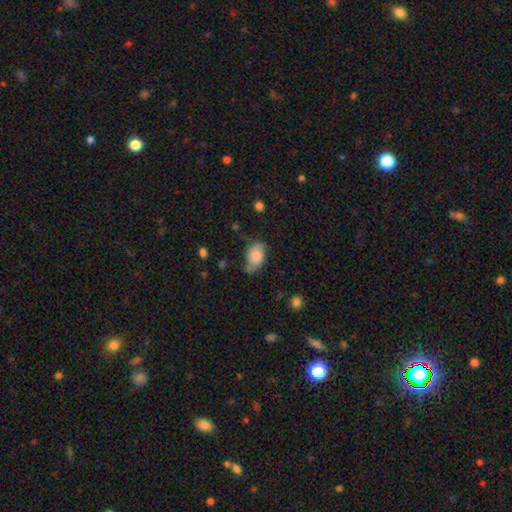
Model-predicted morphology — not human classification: A smooth galaxy with no disk features (74%) that is in between round and cigar-shaped (84%).

Vote fractions:
- Smooth or featured? smooth: 74% / featured or disk: 17% / star or artifact: 8%
- How rounded? in between: 84% / round: 14% / cigar-shaped: 2%
- Merging? none: 45% / minor disturbance: 37% / major disturbance: 13% / merger: 5%